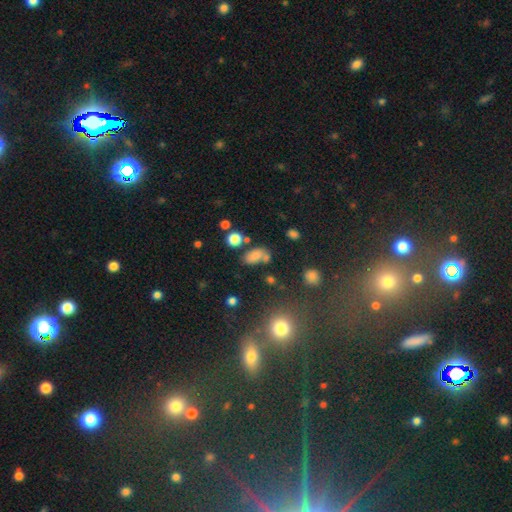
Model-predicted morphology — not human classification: A smooth galaxy with no disk features (74%) that is in between round and cigar-shaped (85%). Merging: none (50%).